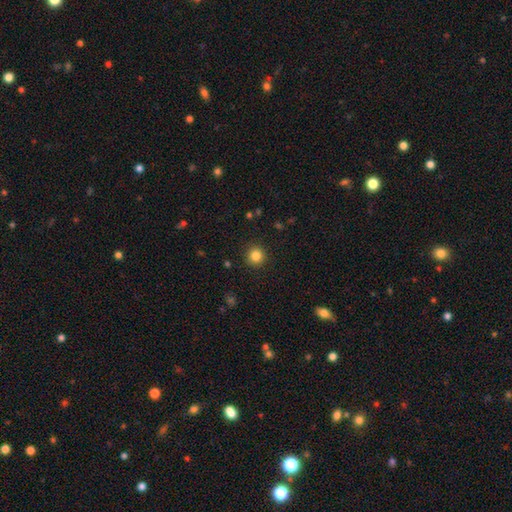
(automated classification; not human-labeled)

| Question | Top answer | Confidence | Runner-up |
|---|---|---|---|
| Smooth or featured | smooth | 84% | star or artifact (12%) |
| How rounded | round | 94% | in between (5%) |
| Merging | none | 91% | minor disturbance (6%) |